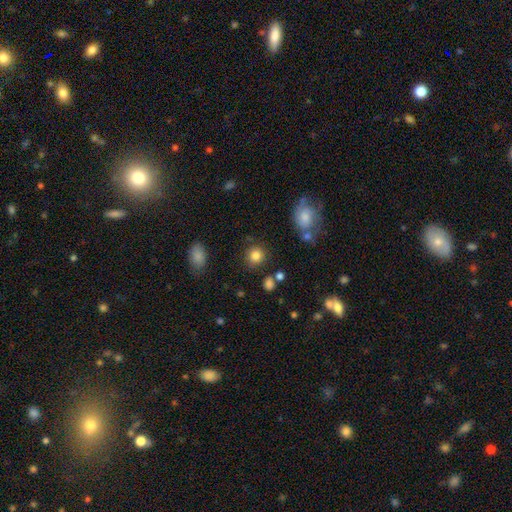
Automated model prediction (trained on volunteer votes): Overall: smooth (85%). How rounded: round (87%). Merging: none (84%).